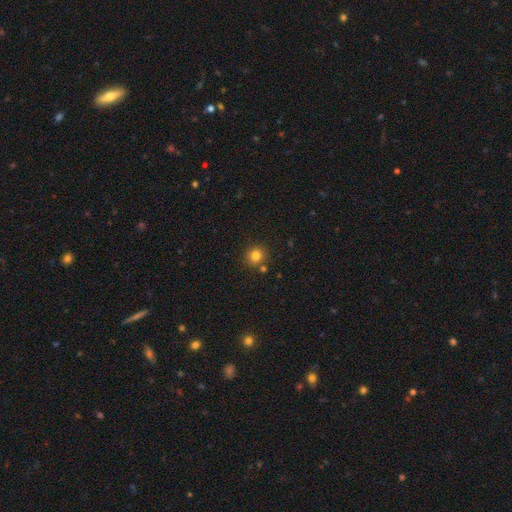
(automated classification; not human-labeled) Smooth or featured? Predicted: smooth (p=0.81). How rounded? Predicted: round (p=0.89). Merging? Predicted: none (p=0.82).